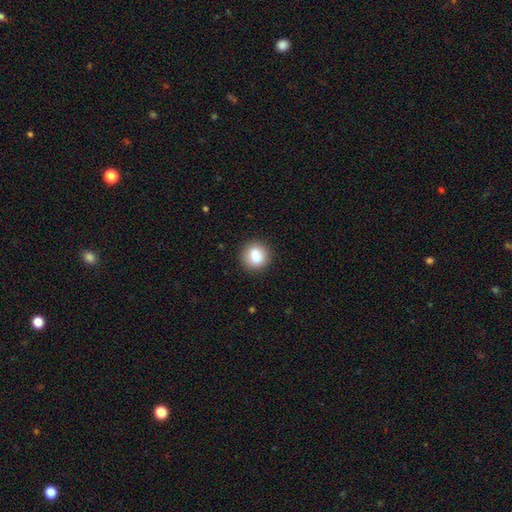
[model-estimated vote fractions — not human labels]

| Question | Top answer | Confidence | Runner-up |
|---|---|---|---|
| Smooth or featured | smooth | 82% | featured or disk (9%) |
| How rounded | round | 83% | in between (16%) |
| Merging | none | 88% | minor disturbance (8%) |